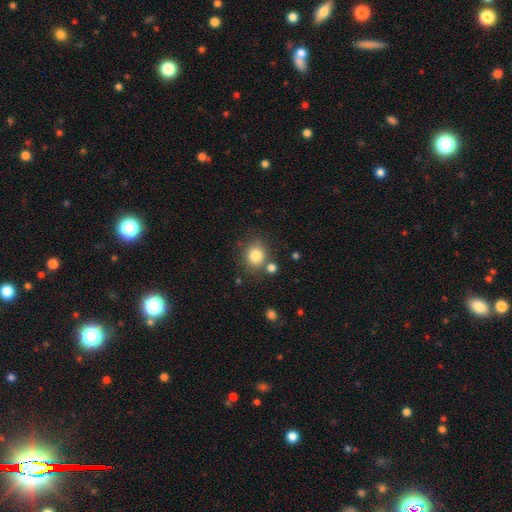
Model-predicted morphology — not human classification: Smooth or featured: smooth — 82% (star or artifact — 11%)
How rounded: round — 74% (in between — 26%)
Merging: none — 74% (minor disturbance — 12%)